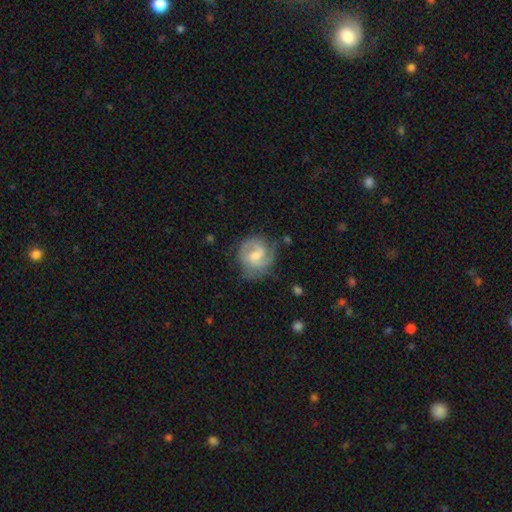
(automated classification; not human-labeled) Smooth or featured? Predicted: featured or disk (p=0.77). Edge-on disk? Predicted: no (p=0.98). Bar? Predicted: weak (p=0.56). Spiral arms? Predicted: yes (p=0.94). Spiral winding? Predicted: medium (p=0.45). Spiral arm count? Predicted: 2 (p=0.69). Bulge size? Predicted: moderate (p=0.50). Merging? Predicted: none (p=0.68).